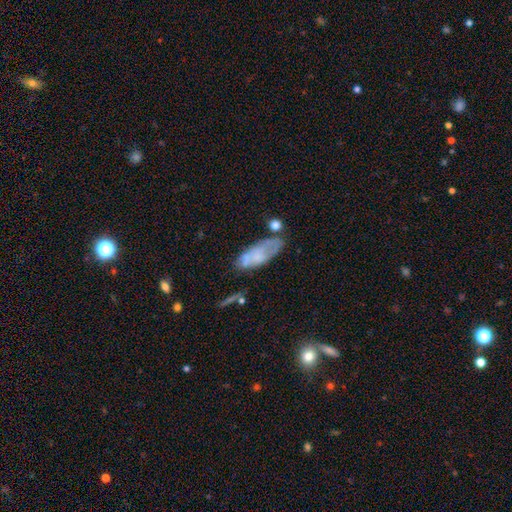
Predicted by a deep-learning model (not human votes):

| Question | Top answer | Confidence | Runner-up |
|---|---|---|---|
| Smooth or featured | smooth | 52% | featured or disk (39%) |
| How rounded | in between | 74% | cigar-shaped (23%) |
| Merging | none | 54% | minor disturbance (25%) |